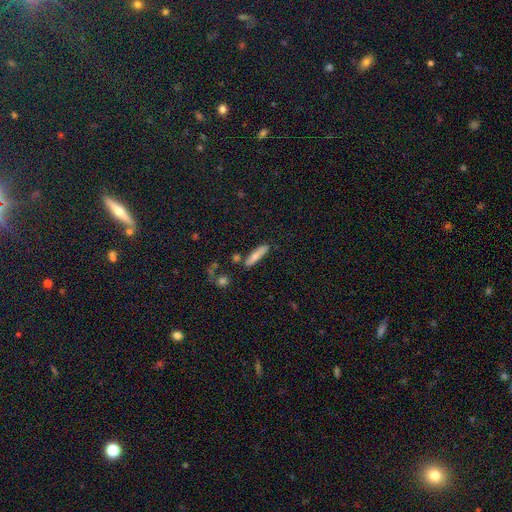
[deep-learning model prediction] Morphology: type=smooth (67%); roundness=cigar-shaped (81%); merging=none (80%).